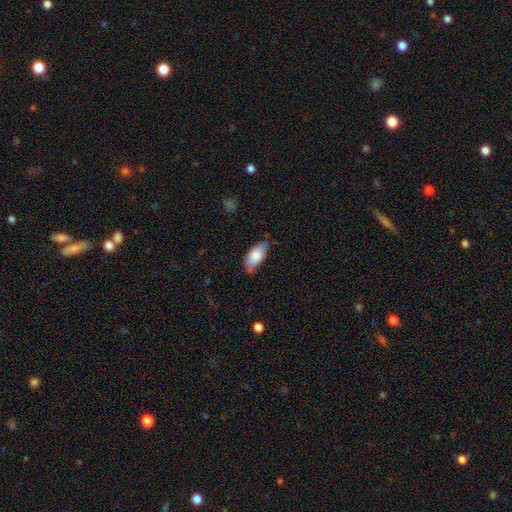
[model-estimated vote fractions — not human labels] Overall: smooth (82%). How rounded: in between (92%). Merging: none (64%; minor disturbance 30%).